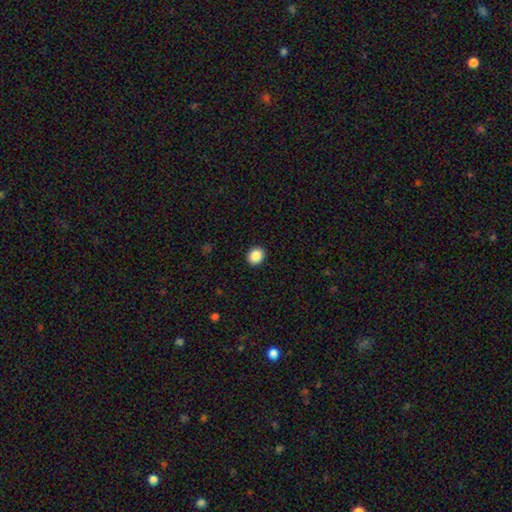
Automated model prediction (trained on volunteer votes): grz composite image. It shows a smooth galaxy with no disk features (88%) that is round (77%). Merging: none (92%).